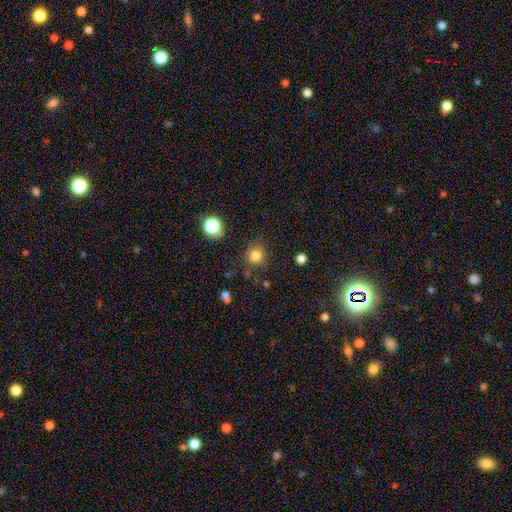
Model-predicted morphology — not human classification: Smooth or featured? smooth (80%)
How rounded? round (88%)
Merging? none (79%)